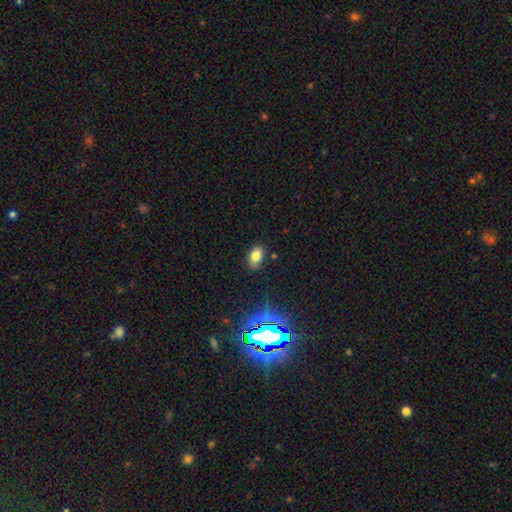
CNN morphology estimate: A smooth galaxy with no disk features (77%) that is in between round and cigar-shaped (88%). Merging: none (84%).